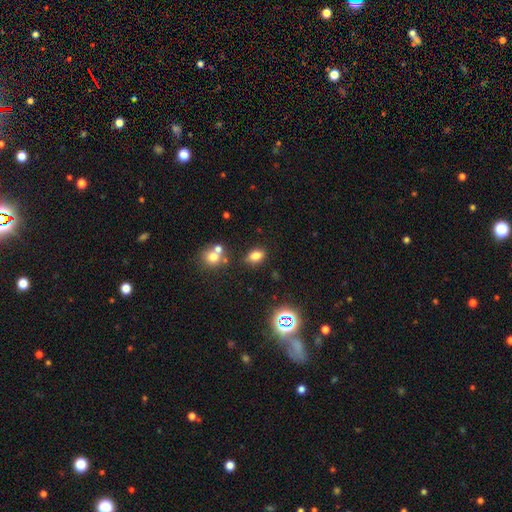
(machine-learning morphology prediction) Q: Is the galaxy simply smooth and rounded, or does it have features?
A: smooth — 75%.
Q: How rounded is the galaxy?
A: in between — 81%.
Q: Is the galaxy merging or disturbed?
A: none — 78%.